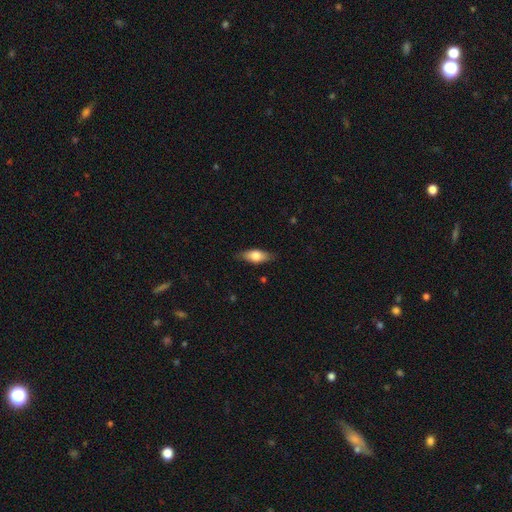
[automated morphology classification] Smooth or featured?
  - smooth: 71% *
  - featured or disk: 23%
  - star or artifact: 6%
How rounded?
  - in between: 76% *
  - cigar-shaped: 21%
  - round: 3%
Merging?
  - none: 83% *
  - minor disturbance: 14%
  - major disturbance: 3%
  - merger: 1%